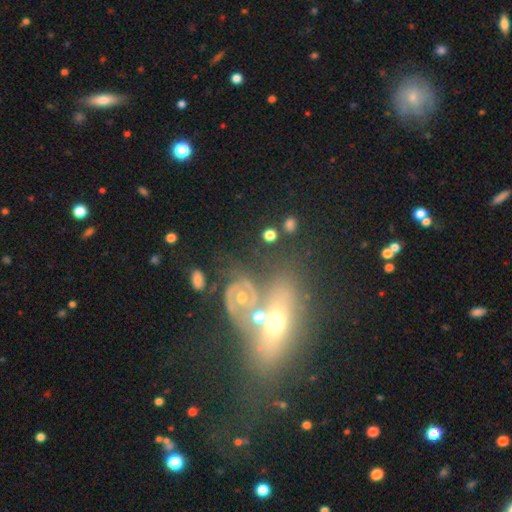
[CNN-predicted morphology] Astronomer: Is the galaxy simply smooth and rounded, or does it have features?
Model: featured or disk — 49% (runner-up: smooth, 32%).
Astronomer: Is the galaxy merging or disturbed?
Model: merger — 45% (runner-up: none, 33%).